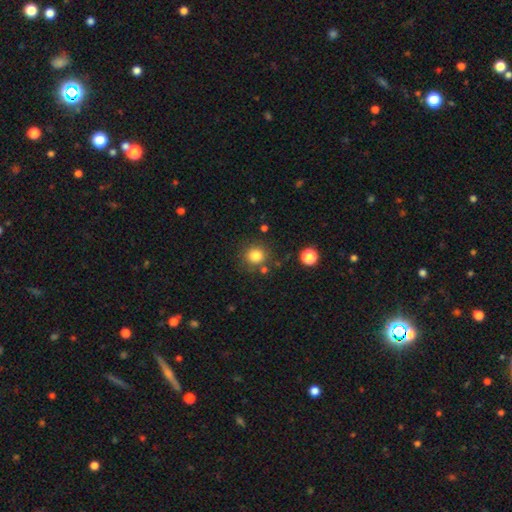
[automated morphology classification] smooth-or-featured: smooth: 83% | star or artifact: 12% | featured or disk: 6%
  how-rounded: round: 91% | in between: 8% | cigar-shaped: 1%
  merging: none: 80% | minor disturbance: 10% | merger: 6% | major disturbance: 4%